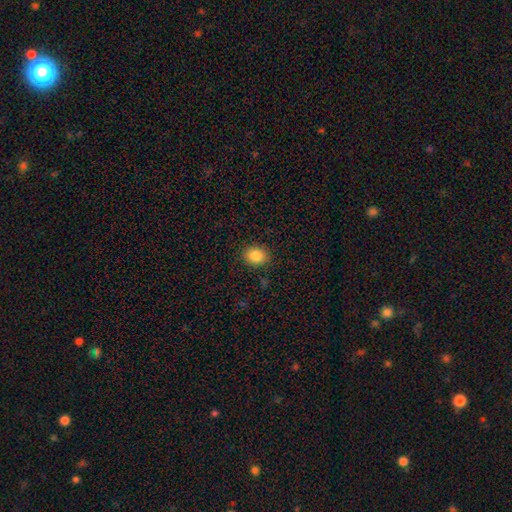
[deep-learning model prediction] The model was most divided on "how rounded": round: 59%, in between: 40%, cigar-shaped: 1%. More confident: merging — none (88%); smooth or featured — smooth (85%).